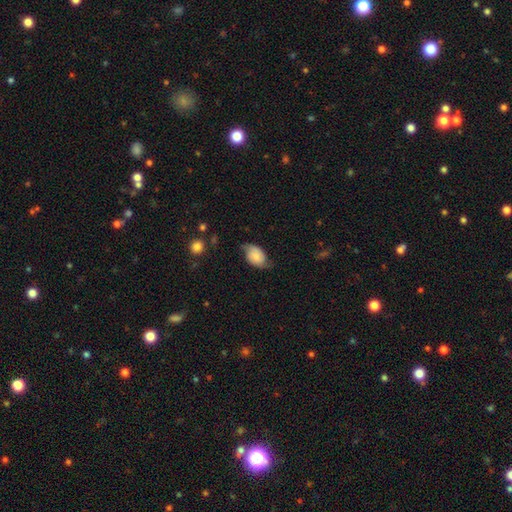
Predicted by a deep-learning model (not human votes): Overall: smooth (53%; featured or disk 40%). How rounded: in between (84%). Merging: none (56%; minor disturbance 31%).